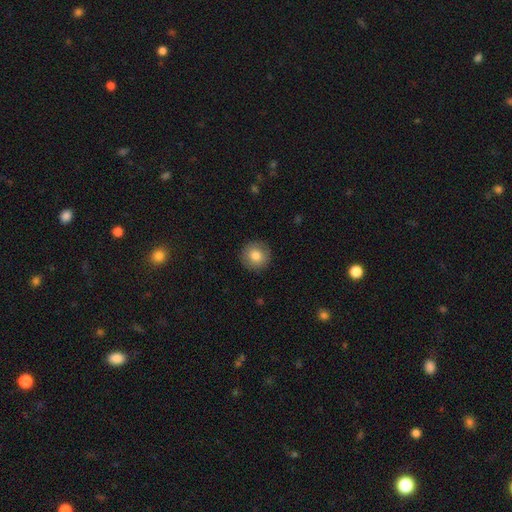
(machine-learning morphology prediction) The model was most divided on "smooth or featured": smooth: 82%, featured or disk: 9%, star or artifact: 8%. More confident: how rounded — round (95%); merging — none (91%).